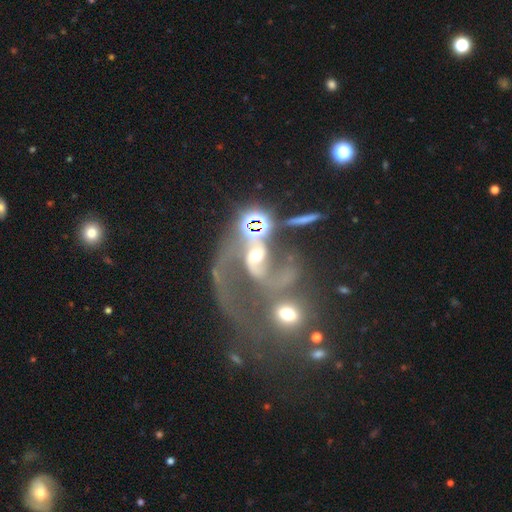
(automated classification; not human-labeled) This is likely a featured or disk galaxy (73%). It is clearly not viewed edge-on (96%). Bar: possibly no (47%). Spiral arm pattern: clearly yes (86%). Spiral arm count: likely 2 (77%). Spiral winding: likely loose (70%). Central bulge: possibly moderate (53%). Merging: possibly merger (46%).